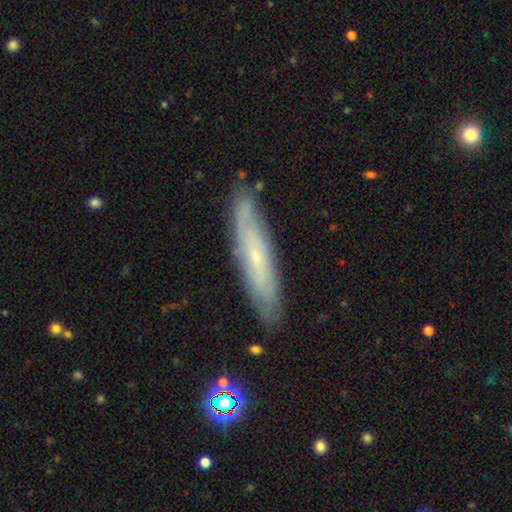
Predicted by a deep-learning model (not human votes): A featured or disk galaxy (52%) viewed edge-on (59%). Merging: none (85%).